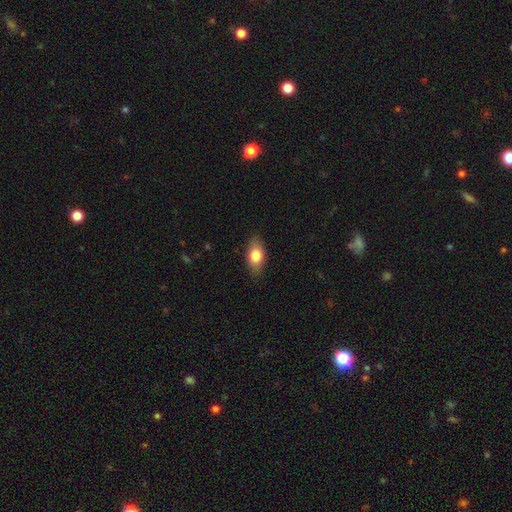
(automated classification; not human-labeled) smooth 79%, featured or disk 14%, star or artifact 7%. Down the decision tree: how rounded — in between (88%); merging — none (85%).